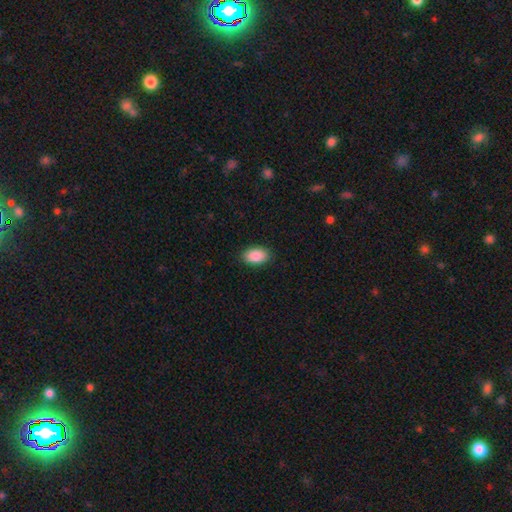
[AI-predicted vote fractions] Q: Smooth or featured?
A: smooth (89%); runner-up: star or artifact (7%)
Q: How rounded?
A: in between (93%); runner-up: round (5%)
Q: Merging?
A: none (88%); runner-up: minor disturbance (9%)